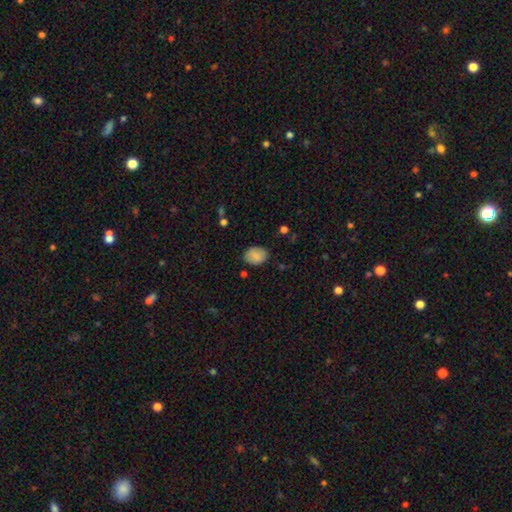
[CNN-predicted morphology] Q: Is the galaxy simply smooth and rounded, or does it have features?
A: smooth — 87%.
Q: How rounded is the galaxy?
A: in between — 69%.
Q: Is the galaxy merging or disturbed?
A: none — 79%.